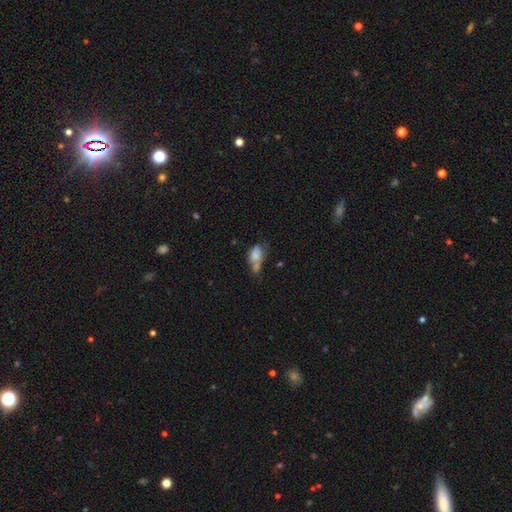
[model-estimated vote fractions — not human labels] smooth_or_featured: smooth (p=0.68) [alt: featured or disk p=0.21]
how_rounded: in between (p=0.85) [alt: round p=0.11]
merging: merger (p=0.35) [alt: none p=0.25]